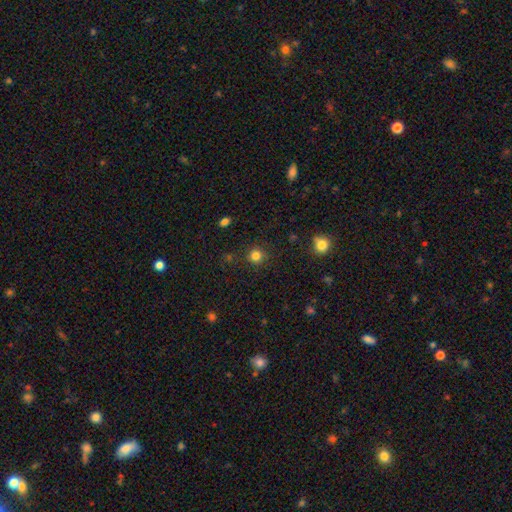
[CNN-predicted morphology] Overall: smooth (82%). How rounded: round (93%). Merging: none (87%).